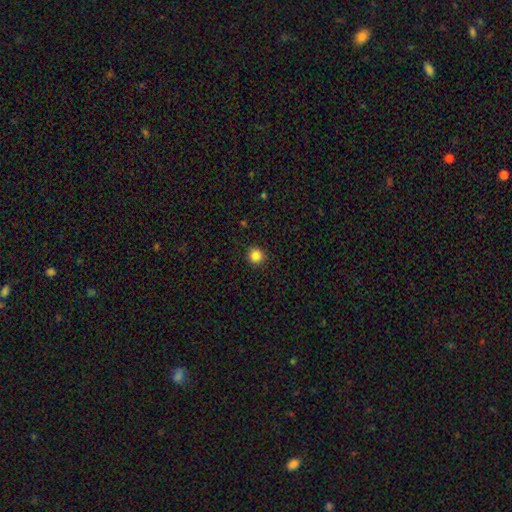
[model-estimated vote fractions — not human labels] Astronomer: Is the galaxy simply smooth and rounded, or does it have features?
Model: smooth — 85%.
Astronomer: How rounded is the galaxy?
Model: round — 94%.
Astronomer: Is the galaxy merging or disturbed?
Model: none — 92%.